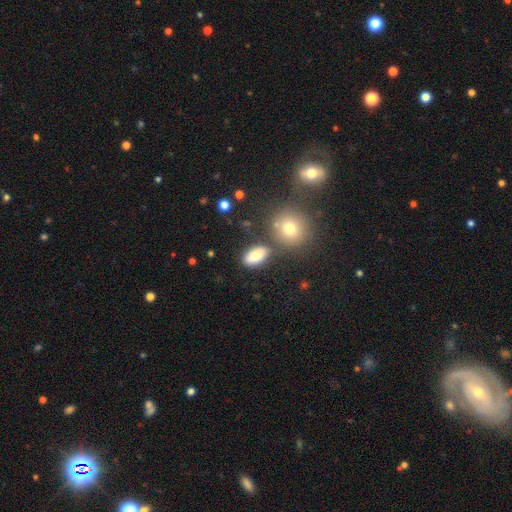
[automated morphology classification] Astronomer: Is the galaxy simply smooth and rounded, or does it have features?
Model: smooth — 84%.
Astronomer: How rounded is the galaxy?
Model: in between — 89%.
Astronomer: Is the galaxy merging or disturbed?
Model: none — 73%.